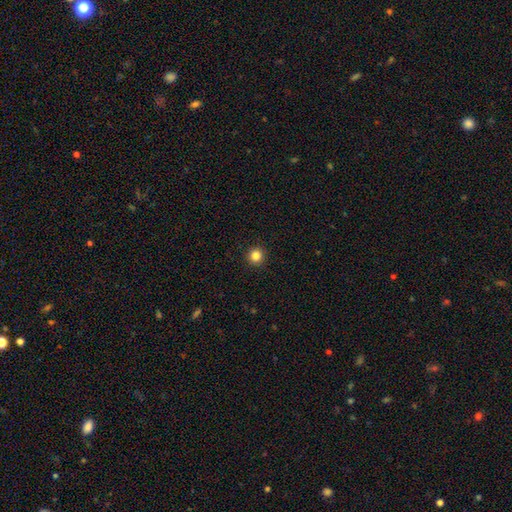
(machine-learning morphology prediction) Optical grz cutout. It shows a smooth galaxy with no disk features (84%) that is round (95%). Merging: none (93%).